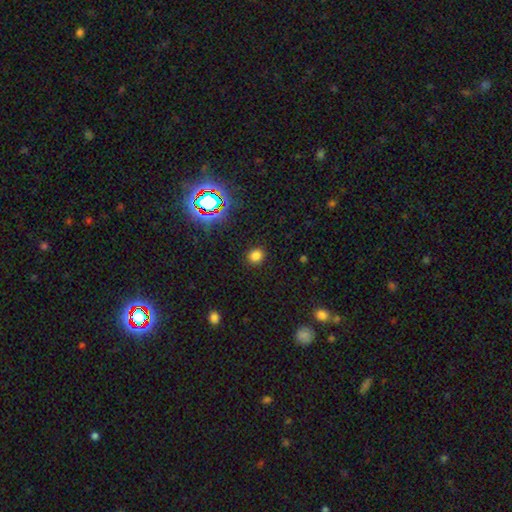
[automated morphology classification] This is likely a smooth galaxy (77%). How rounded: likely round (74%). Merging: clearly none (90%).